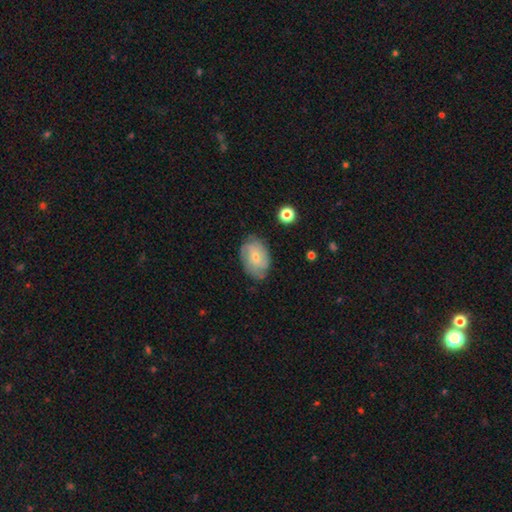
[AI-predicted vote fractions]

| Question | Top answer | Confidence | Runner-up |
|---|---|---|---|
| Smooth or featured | featured or disk | 54% | smooth (37%) |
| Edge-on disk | no | 96% | yes (4%) |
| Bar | no | 65% | weak (30%) |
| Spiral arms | yes | 83% | no (17%) |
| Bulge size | small | 60% | moderate (35%) |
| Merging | none | 75% | minor disturbance (19%) |